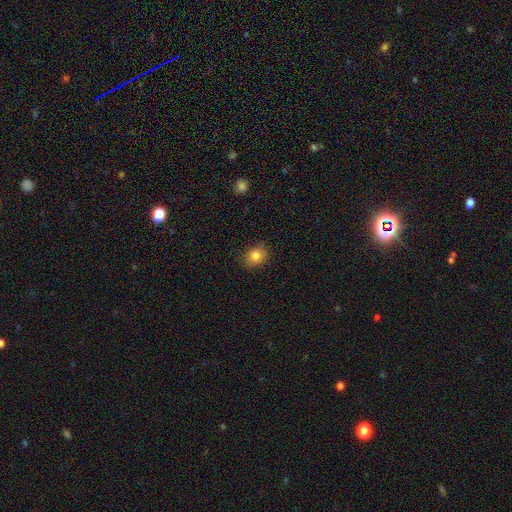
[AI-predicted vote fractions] A smooth galaxy with no disk features (83%) that is round (64%). Merging: none (84%).